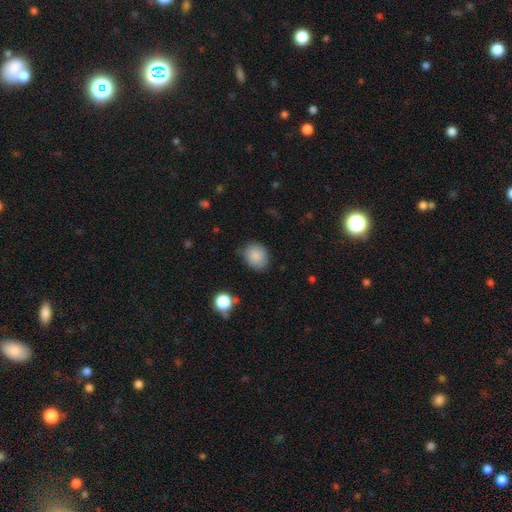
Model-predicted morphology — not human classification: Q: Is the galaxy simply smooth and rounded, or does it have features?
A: smooth — 86%.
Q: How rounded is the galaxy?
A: round — 59%.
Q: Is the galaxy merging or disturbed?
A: none — 74%.